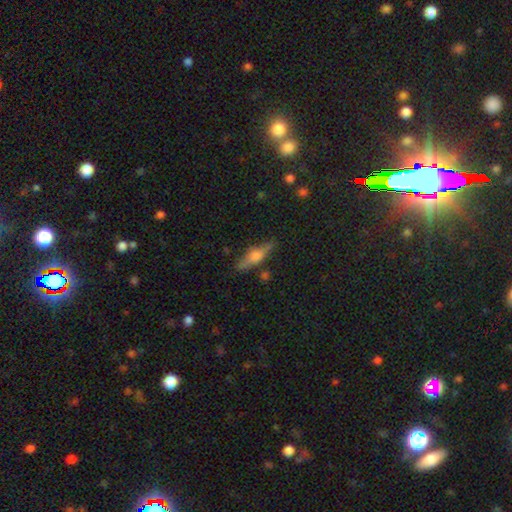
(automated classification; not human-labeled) A featured or disk galaxy (56%) viewed edge-on (95%) with a rounded central bulge (83%). Merging: none (83%).